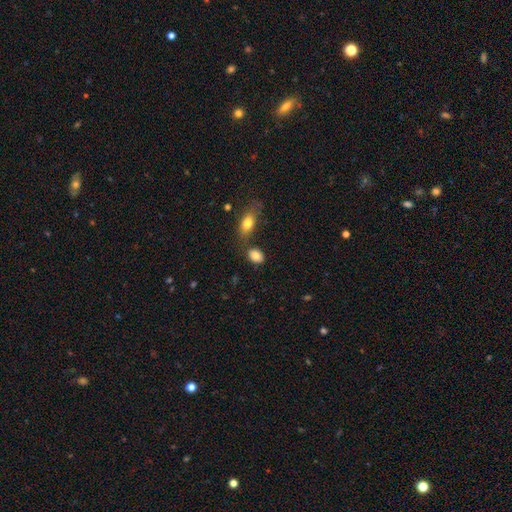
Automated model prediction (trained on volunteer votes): Morphology: type=smooth (84%); roundness=in between (80%); merging=none (68%).